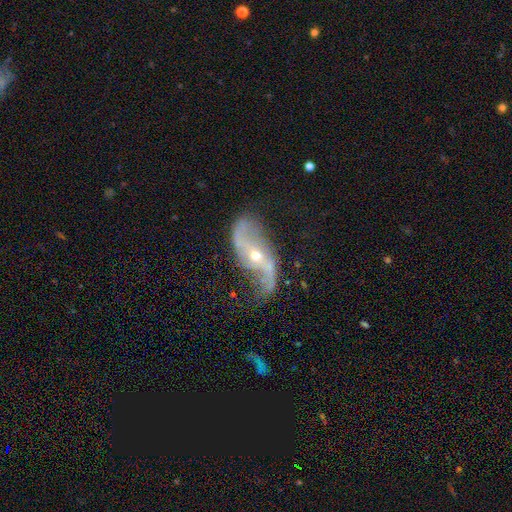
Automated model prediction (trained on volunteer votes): This is clearly a featured or disk galaxy (88%). It is clearly not viewed edge-on (94%). Bar: marginally no (44%). Spiral arm pattern: clearly yes (94%). Spiral arm count: clearly 2 (92%). Spiral winding: likely loose (79%). Central bulge: possibly small (51%). Merging: likely none (61%).